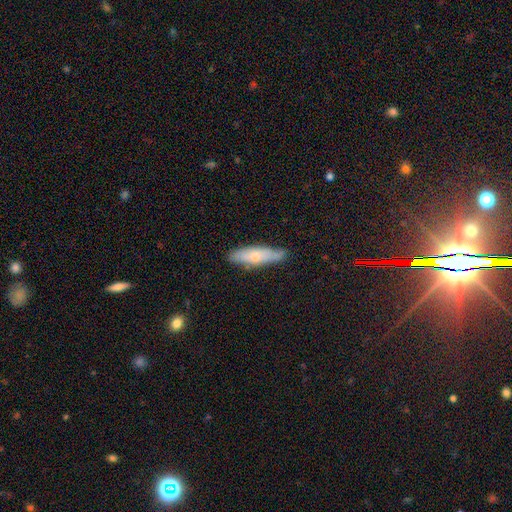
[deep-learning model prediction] smooth-or-featured: smooth: 62% | featured or disk: 32% | star or artifact: 6%
  how-rounded: cigar-shaped: 61% | in between: 37% | round: 2%
  merging: none: 74% | minor disturbance: 21% | major disturbance: 3% | merger: 2%